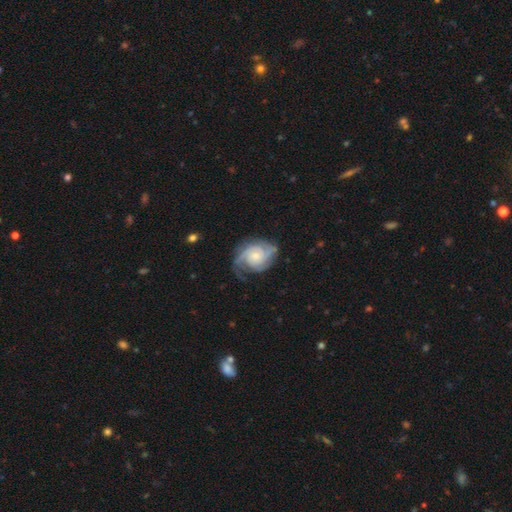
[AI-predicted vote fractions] featured or disk 87%, smooth 8%, star or artifact 5%. Down the decision tree: edge-on disk — no (98%); bar — no (73%); spiral arms — yes (97%); spiral arm count — 2 (36%); spiral winding — tight (54%); bulge size — small (53%); merging — none (69%).